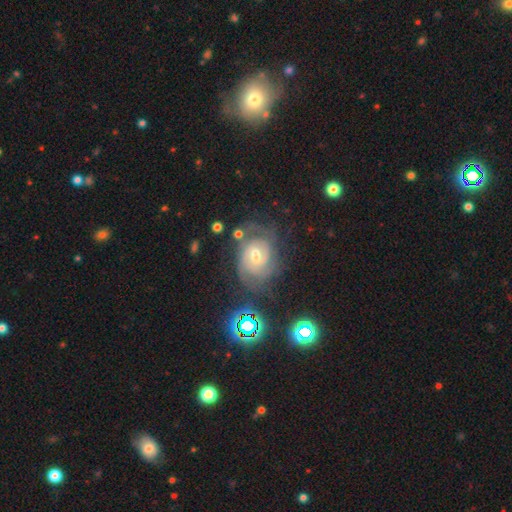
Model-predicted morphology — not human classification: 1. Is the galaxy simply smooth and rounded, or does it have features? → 83% featured or disk, 10% star or artifact, 8% smooth.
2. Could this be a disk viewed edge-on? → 97% no, 3% yes.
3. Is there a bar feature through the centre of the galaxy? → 50% weak, 38% no, 13% strong.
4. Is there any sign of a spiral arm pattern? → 96% yes, 4% no.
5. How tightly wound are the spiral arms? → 66% tight, 29% medium, 5% loose.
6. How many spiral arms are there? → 38% 2, 26% can't tell, 20% 3, 6% 4, 5% 1, 4% more than 4.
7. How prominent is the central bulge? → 60% moderate, 33% small, 4% large, 2% none, 1% dominant.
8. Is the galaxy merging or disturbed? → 62% none, 21% minor disturbance, 13% major disturbance, 4% merger.